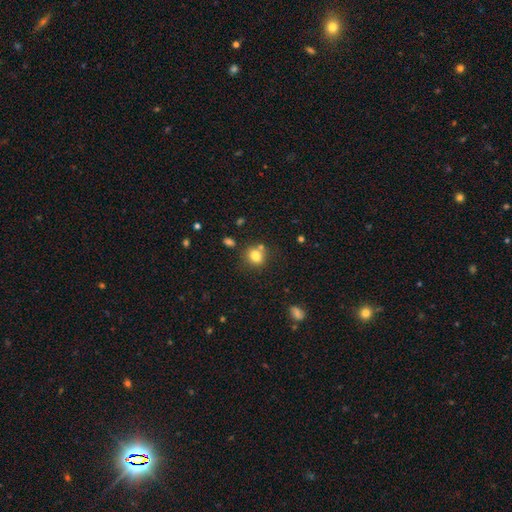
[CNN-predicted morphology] Q: Smooth or featured?
A: smooth (80%); runner-up: star or artifact (12%)
Q: How rounded?
A: round (74%); runner-up: in between (25%)
Q: Merging?
A: none (70%); runner-up: minor disturbance (13%)